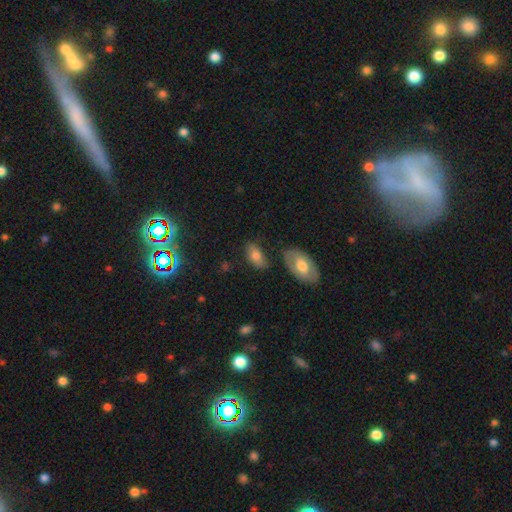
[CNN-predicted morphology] smooth 73%, featured or disk 18%, star or artifact 9%. Down the decision tree: how rounded — in between (92%); merging — none (69%).